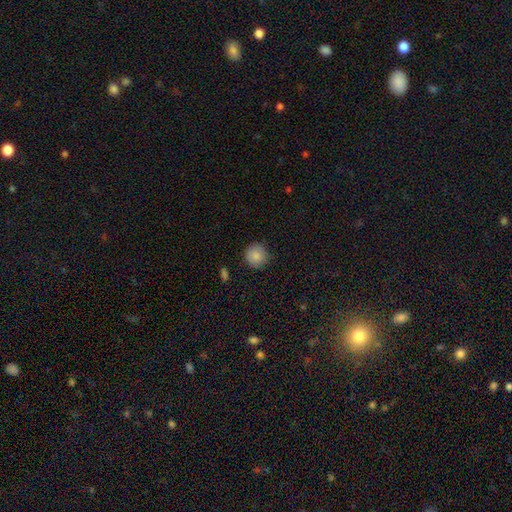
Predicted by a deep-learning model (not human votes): Smooth or featured?
  - smooth: 87% *
  - star or artifact: 8%
  - featured or disk: 5%
How rounded?
  - round: 94% *
  - in between: 5%
  - cigar-shaped: 1%
Merging?
  - none: 88% *
  - minor disturbance: 9%
  - major disturbance: 2%
  - merger: 1%